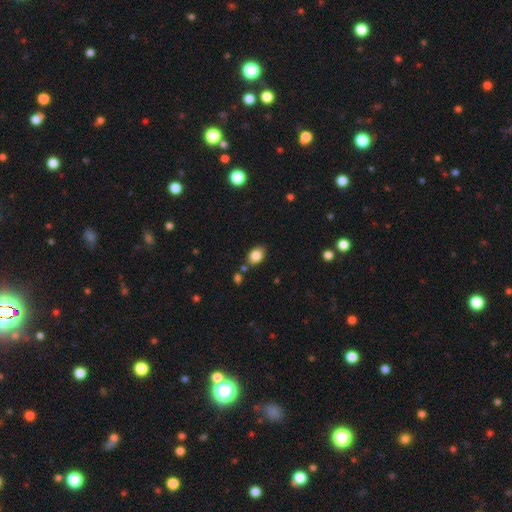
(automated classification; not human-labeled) A smooth galaxy with no disk features (84%) that is in between round and cigar-shaped (81%). Merging: none (76%).